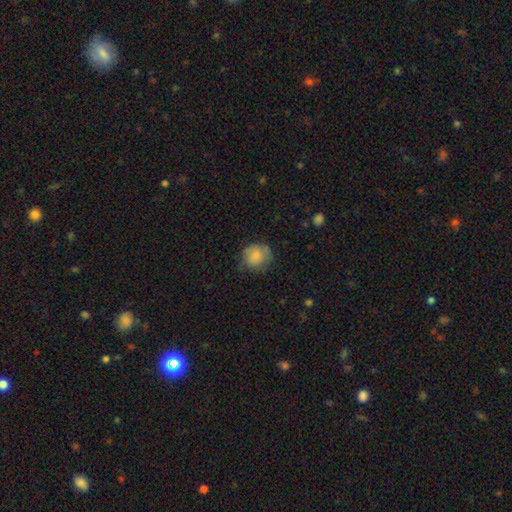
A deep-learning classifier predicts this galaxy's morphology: This appears to be a smooth galaxy with no disk features (82%) that is round (87%). Merging: none (71%).